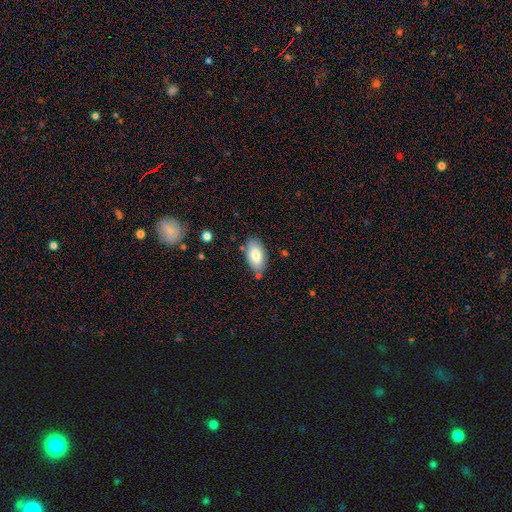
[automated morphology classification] type=smooth (81%); roundness=in between (94%); merging=none (78%).